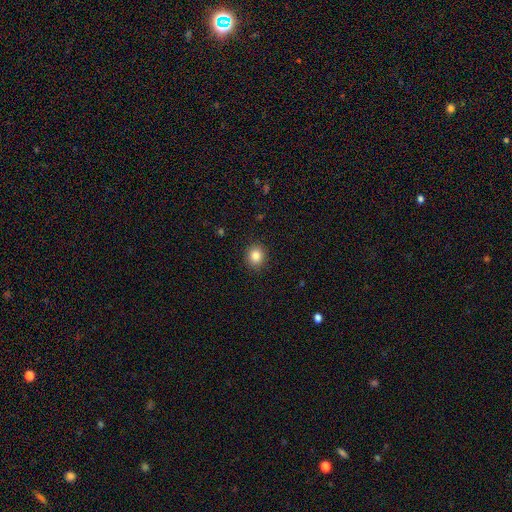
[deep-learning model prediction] This appears to be a smooth galaxy with no disk features (85%) that is round (79%). Merging: none (91%).